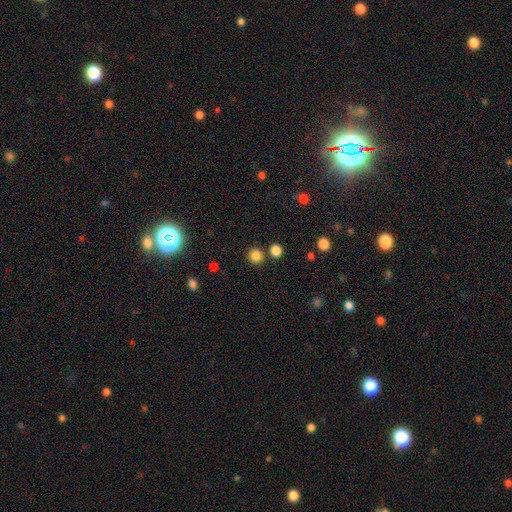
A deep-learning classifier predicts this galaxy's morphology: smooth-or-featured: smooth: 83% | star or artifact: 13% | featured or disk: 3%
  how-rounded: round: 87% | in between: 12% | cigar-shaped: 1%
  merging: none: 83% | merger: 8% | minor disturbance: 7% | major disturbance: 3%